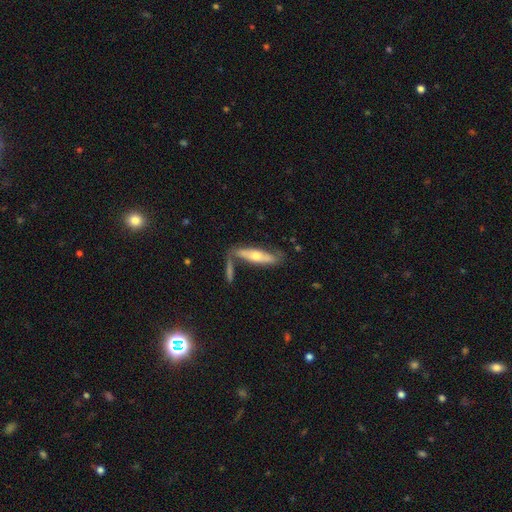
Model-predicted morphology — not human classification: featured or disk 48%, smooth 47%, star or artifact 6%. Down the decision tree: merging — none (62%).